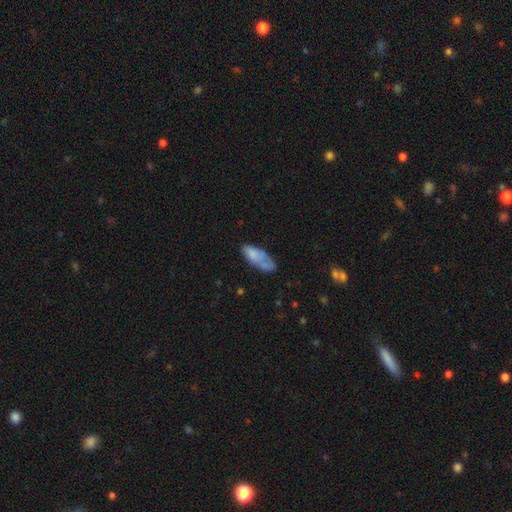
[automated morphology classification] Overall: smooth (67%). How rounded: in between (77%). Merging: none (43%; minor disturbance 29%).